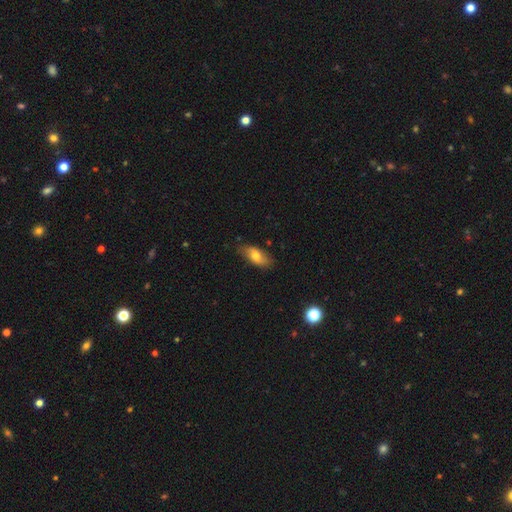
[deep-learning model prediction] smooth_or_featured: smooth (p=0.68) [alt: featured or disk p=0.25]
how_rounded: in between (p=0.86) [alt: cigar-shaped p=0.10]
merging: none (p=0.77) [alt: minor disturbance p=0.18]